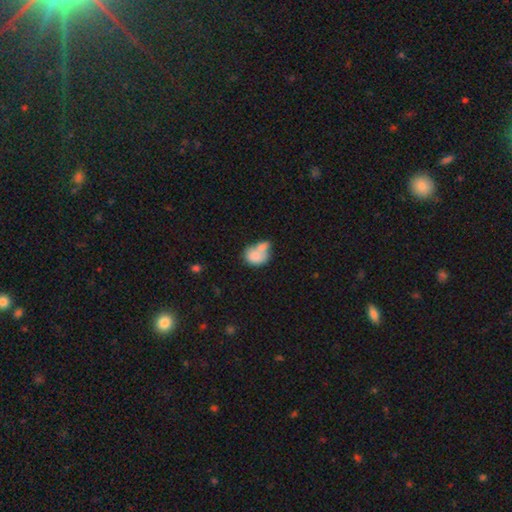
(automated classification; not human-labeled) Morphology: type=smooth (75%); roundness=in between (61%); merging=merger (62%).